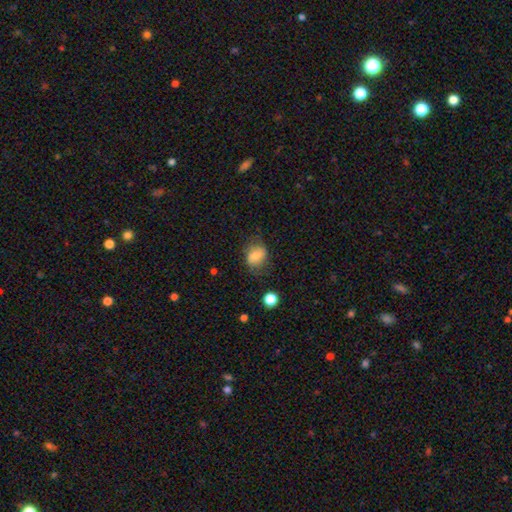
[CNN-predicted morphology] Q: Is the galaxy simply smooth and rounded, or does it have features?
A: smooth — 69%.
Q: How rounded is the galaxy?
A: in between — 55%.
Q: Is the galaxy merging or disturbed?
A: none — 62%.